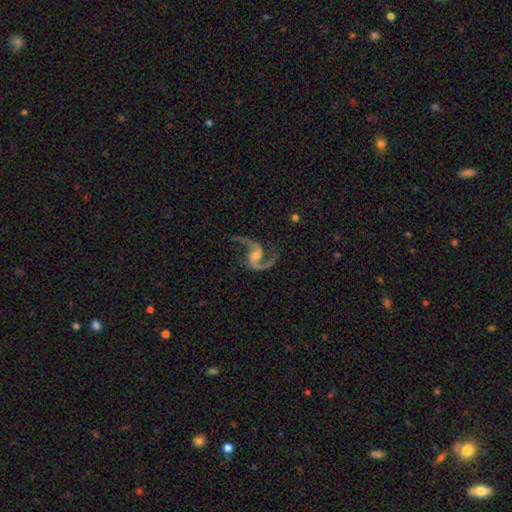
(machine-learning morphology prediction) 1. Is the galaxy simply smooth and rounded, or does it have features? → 92% featured or disk, 5% star or artifact, 3% smooth.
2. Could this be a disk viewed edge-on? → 98% no, 2% yes.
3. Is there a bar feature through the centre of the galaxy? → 45% no, 41% weak, 14% strong.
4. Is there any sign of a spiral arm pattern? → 98% yes, 2% no.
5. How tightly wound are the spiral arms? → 58% loose, 37% medium, 5% tight.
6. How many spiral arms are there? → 94% 2, 2% 1, 1% 3, 1% can't tell, 1% 4, 1% more than 4.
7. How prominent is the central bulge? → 45% moderate, 41% small, 8% none, 4% large, 1% dominant.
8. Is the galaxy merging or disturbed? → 72% none, 15% minor disturbance, 11% major disturbance, 2% merger.